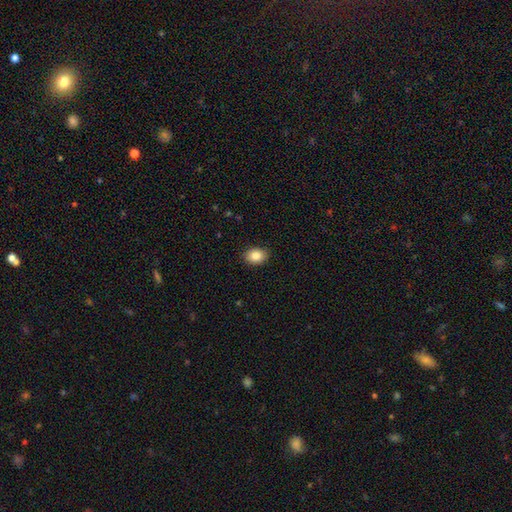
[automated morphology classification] smooth-or-featured: smooth: 86% | star or artifact: 8% | featured or disk: 6%
  how-rounded: in between: 69% | round: 30% | cigar-shaped: 1%
  merging: none: 88% | minor disturbance: 9% | major disturbance: 2% | merger: 1%